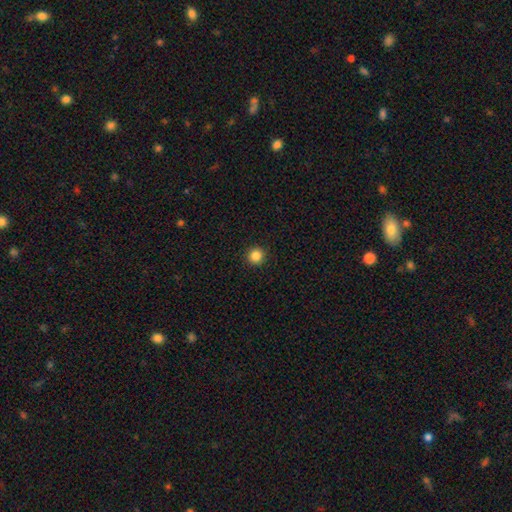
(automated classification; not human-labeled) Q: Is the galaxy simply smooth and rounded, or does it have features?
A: smooth — 86%.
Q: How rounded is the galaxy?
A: round — 96%.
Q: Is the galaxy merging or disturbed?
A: none — 93%.